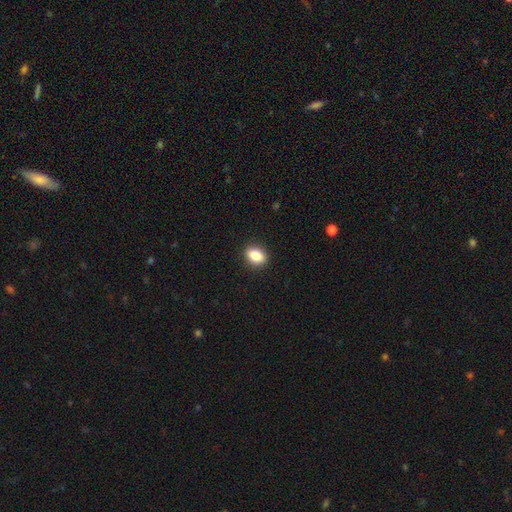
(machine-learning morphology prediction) smooth 86%, star or artifact 9%, featured or disk 5%. Down the decision tree: how rounded — in between (76%); merging — none (90%).